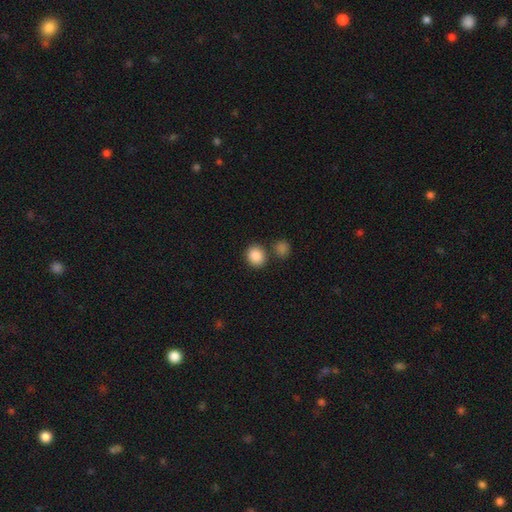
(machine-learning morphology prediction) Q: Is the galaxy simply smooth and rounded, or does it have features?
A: smooth — 88%.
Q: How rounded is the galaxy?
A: round — 74%.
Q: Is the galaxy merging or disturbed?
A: none — 74%.